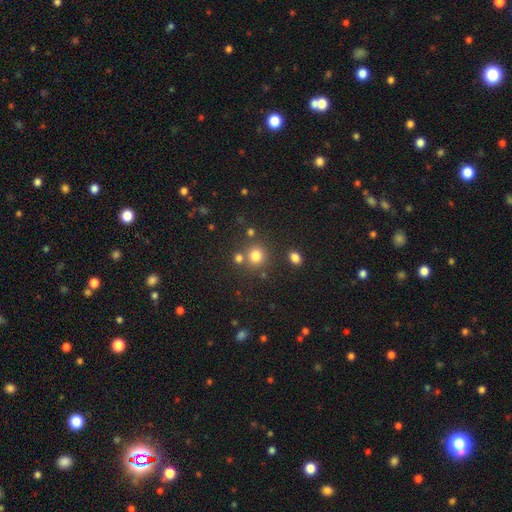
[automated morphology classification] smooth 77%, star or artifact 16%, featured or disk 7%. Down the decision tree: how rounded — round (88%); merging — none (73%).